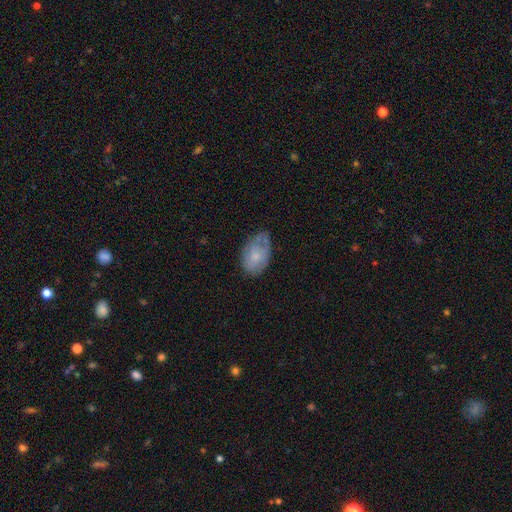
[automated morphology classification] Overall: smooth (61%; featured or disk 32%). How rounded: in between (90%). Merging: none (50%; minor disturbance 36%).